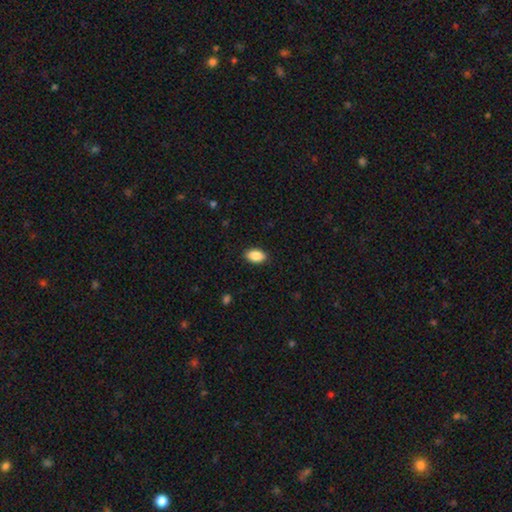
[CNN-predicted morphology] Overall: smooth (89%). How rounded: in between (93%). Merging: none (88%).